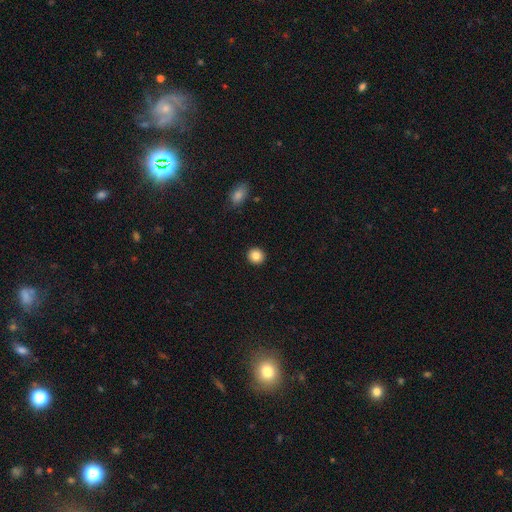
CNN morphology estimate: Q: Smooth or featured?
A: smooth (85%); runner-up: star or artifact (10%)
Q: How rounded?
A: round (91%); runner-up: in between (8%)
Q: Merging?
A: none (93%); runner-up: minor disturbance (5%)